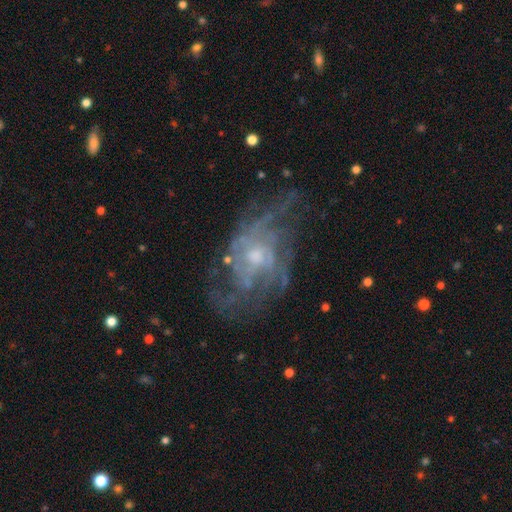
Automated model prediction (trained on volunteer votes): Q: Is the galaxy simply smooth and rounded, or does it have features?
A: featured or disk — 82%.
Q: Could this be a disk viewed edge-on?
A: no — 96%.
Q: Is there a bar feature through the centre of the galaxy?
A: no — 75%.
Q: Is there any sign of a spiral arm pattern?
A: yes — 81%.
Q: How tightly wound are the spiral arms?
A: medium — 39%.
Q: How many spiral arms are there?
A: can't tell — 46%.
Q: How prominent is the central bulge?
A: small — 49%.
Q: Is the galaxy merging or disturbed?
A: none — 59%.